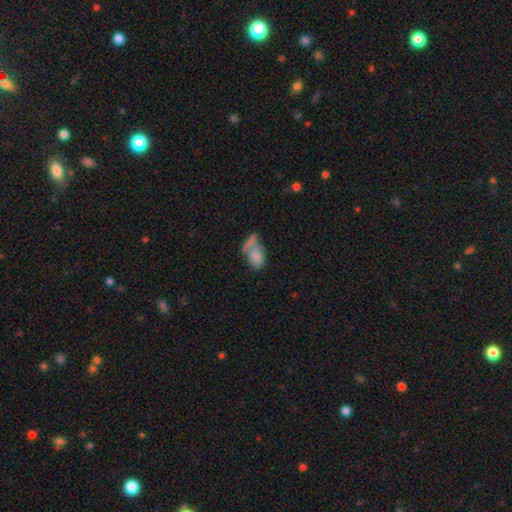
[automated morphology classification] Smooth or featured?
  - smooth: 76% *
  - featured or disk: 15%
  - star or artifact: 9%
How rounded?
  - in between: 85% *
  - round: 12%
  - cigar-shaped: 3%
Merging?
  - merger: 42% *
  - none: 32%
  - minor disturbance: 16%
  - major disturbance: 11%